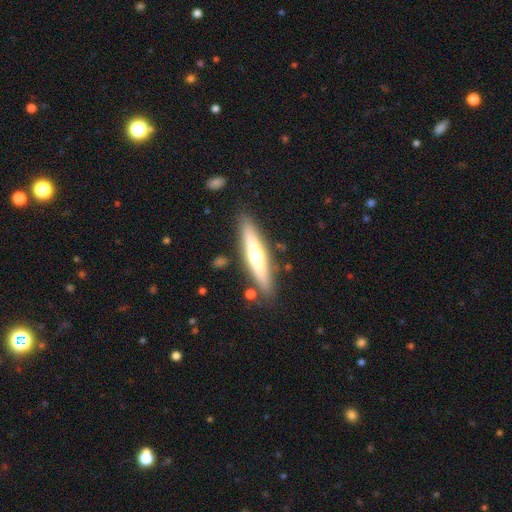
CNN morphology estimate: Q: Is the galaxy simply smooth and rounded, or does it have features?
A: featured or disk — 50%.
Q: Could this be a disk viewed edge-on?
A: yes — 90%.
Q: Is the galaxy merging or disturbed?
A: none — 85%.